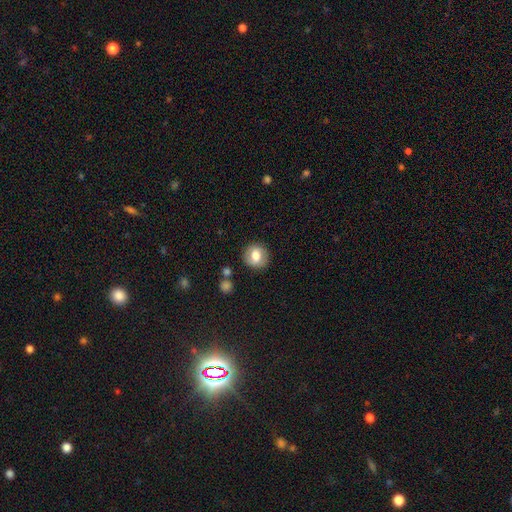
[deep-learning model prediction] Q: Smooth or featured?
A: smooth (74%); runner-up: featured or disk (18%)
Q: How rounded?
A: round (84%); runner-up: in between (15%)
Q: Merging?
A: none (86%); runner-up: minor disturbance (9%)